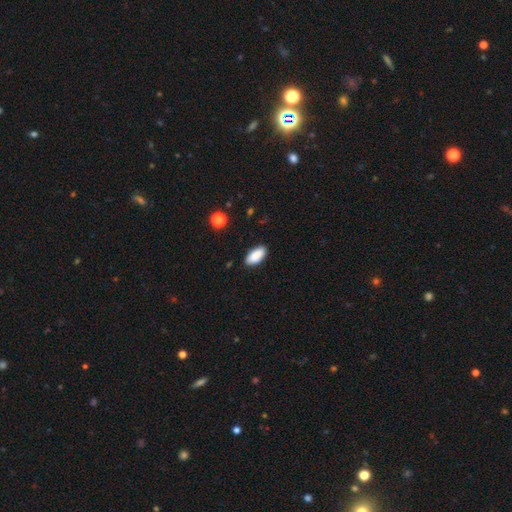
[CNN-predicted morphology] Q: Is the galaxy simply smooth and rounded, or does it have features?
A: smooth — 89%.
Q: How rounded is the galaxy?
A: in between — 91%.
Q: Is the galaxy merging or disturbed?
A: none — 86%.